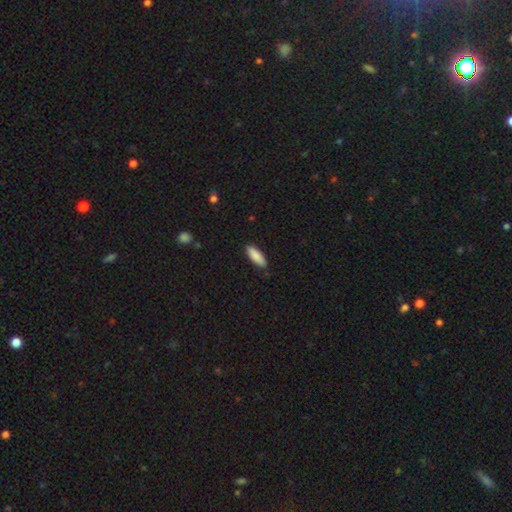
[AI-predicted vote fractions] Smooth or featured: smooth — 88% (star or artifact — 6%)
How rounded: in between — 63% (cigar-shaped — 36%)
Merging: none — 87% (minor disturbance — 10%)